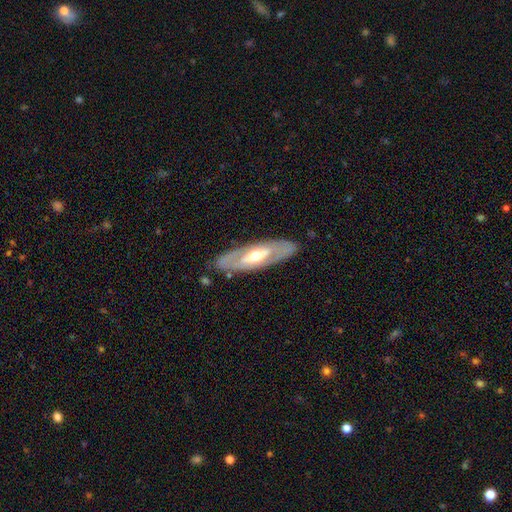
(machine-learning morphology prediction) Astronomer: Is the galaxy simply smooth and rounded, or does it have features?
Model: featured or disk — 69%.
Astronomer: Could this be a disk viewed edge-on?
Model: no — 75%.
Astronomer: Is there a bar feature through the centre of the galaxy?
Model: no — 53%.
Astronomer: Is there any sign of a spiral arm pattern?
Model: no — 68%.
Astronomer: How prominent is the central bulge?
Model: moderate — 71%.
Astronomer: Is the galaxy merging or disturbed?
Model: none — 85%.